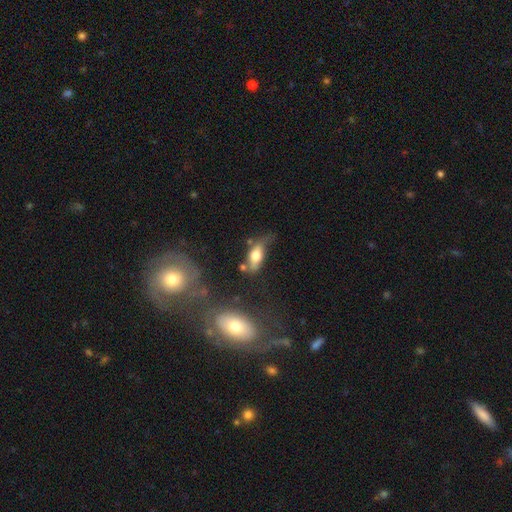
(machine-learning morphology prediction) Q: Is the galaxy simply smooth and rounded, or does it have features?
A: smooth — 61%.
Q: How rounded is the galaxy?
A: in between — 78%.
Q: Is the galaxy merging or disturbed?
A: none — 40%.